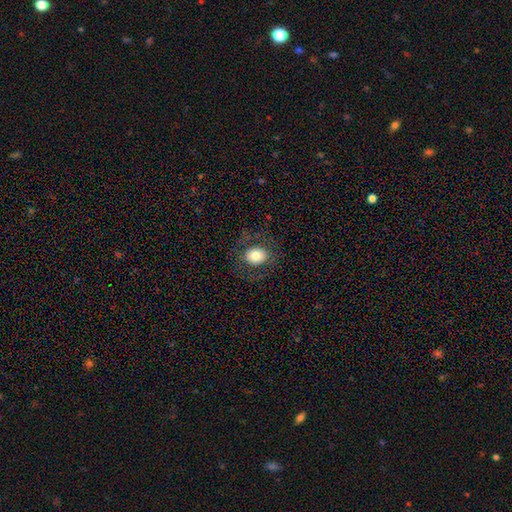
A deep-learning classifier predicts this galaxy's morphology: A smooth galaxy with no disk features (73%) that is round (57%). Merging: none (81%).